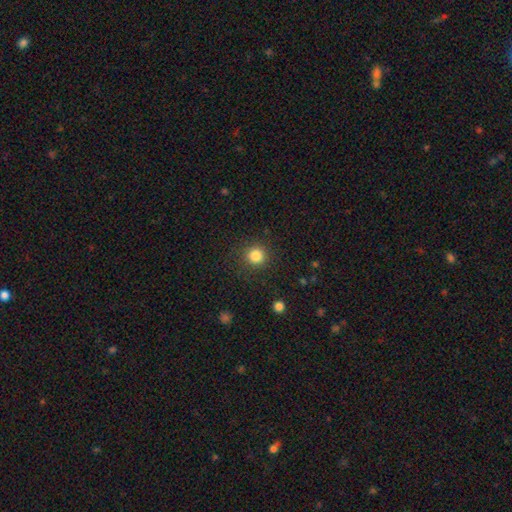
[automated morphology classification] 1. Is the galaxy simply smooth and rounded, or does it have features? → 83% smooth, 12% star or artifact, 5% featured or disk.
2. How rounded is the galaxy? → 93% round, 6% in between, 1% cigar-shaped.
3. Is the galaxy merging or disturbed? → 88% none, 7% minor disturbance, 3% major disturbance, 1% merger.